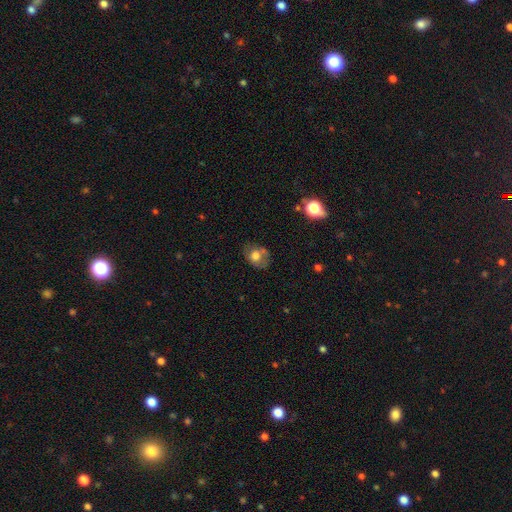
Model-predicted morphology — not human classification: Smooth or featured?
  - smooth: 62% *
  - featured or disk: 28%
  - star or artifact: 9%
How rounded?
  - in between: 55% *
  - round: 44%
  - cigar-shaped: 1%
Merging?
  - none: 58% *
  - minor disturbance: 25%
  - major disturbance: 12%
  - merger: 6%